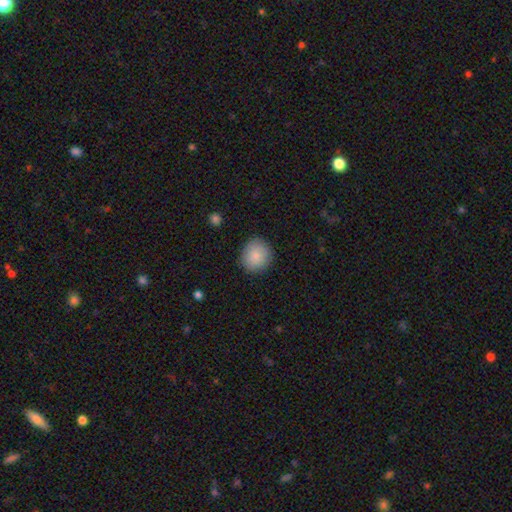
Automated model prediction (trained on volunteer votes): Smooth or featured? smooth (87%)
How rounded? round (87%)
Merging? none (88%)